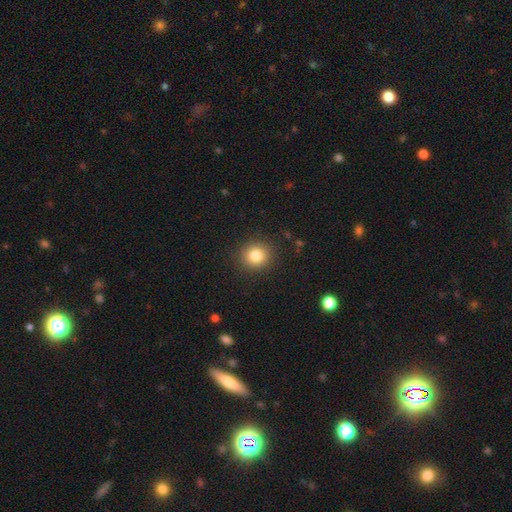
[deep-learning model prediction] Smooth or featured? Predicted: smooth (p=0.82). How rounded? Predicted: round (p=0.89). Merging? Predicted: none (p=0.90).